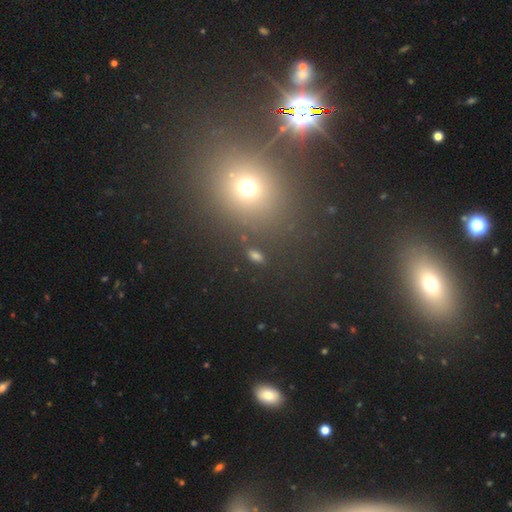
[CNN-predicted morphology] A smooth galaxy with no disk features (45%). Merging: none (81%).